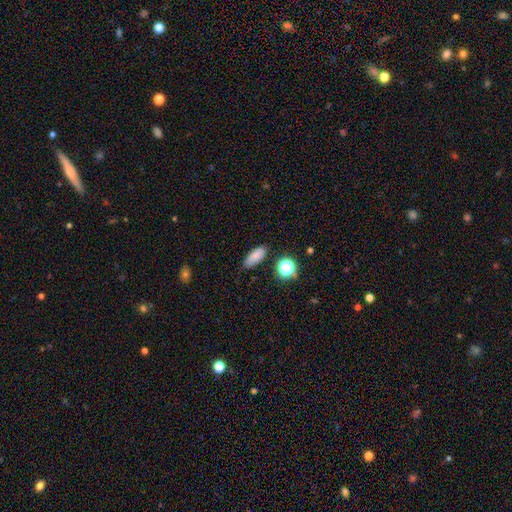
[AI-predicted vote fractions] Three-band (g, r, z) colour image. It shows a smooth galaxy with no disk features (81%) that is in between round and cigar-shaped (74%). Merging: none (81%).